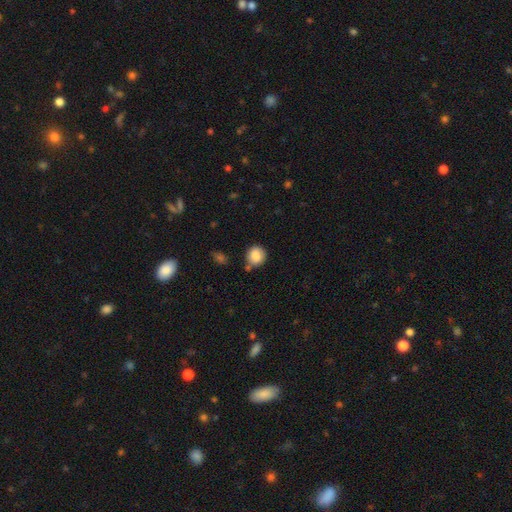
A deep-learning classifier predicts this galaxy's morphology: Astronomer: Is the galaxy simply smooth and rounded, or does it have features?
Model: smooth — 85%.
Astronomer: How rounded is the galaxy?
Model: round — 85%.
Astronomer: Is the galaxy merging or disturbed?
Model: none — 76%.